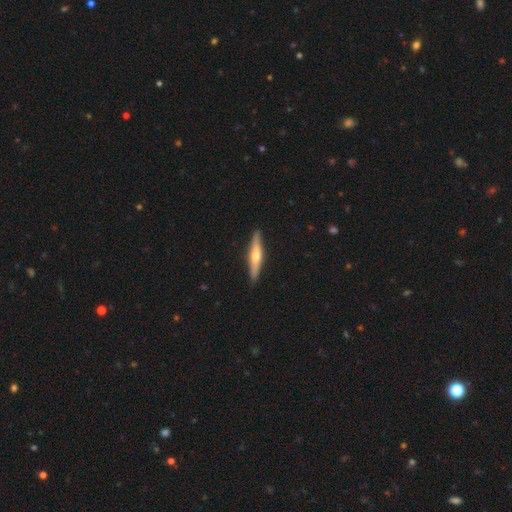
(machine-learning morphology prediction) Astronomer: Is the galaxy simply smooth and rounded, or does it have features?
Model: featured or disk — 56% (runner-up: smooth, 39%).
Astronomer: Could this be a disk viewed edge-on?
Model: yes — 95%.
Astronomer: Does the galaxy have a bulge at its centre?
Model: rounded — 86%.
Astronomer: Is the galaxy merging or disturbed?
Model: none — 90%.